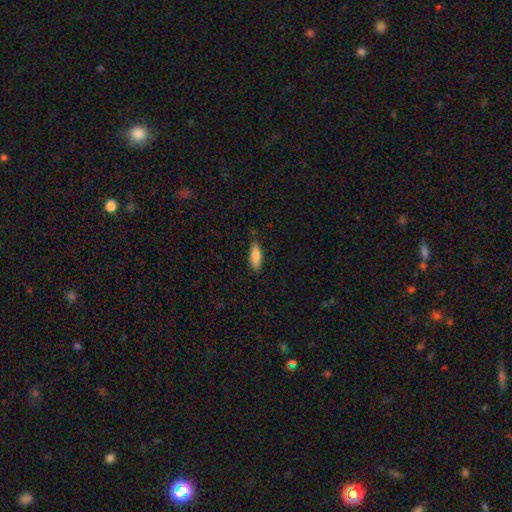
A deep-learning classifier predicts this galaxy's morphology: Smooth or featured? smooth (79%)
How rounded? in between (61%)
Merging? none (84%)